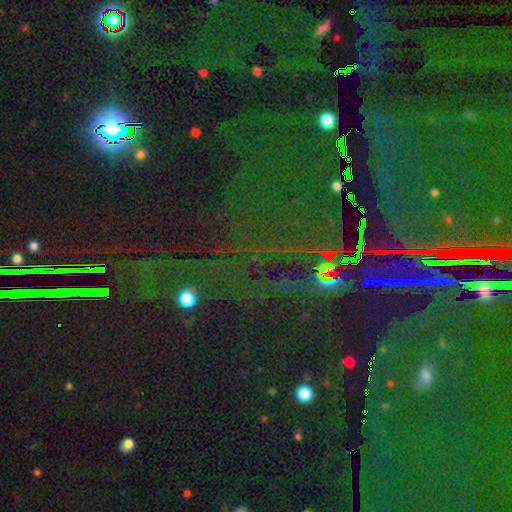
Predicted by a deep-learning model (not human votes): Morphology: type=star or artifact (86%).